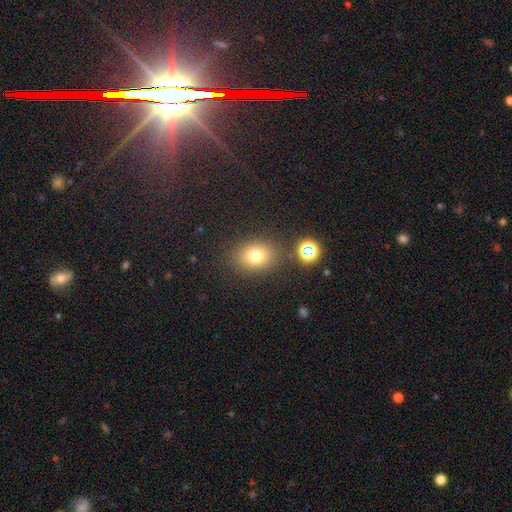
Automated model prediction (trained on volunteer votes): Smooth or featured?
  - smooth: 76% *
  - star or artifact: 15%
  - featured or disk: 9%
How rounded?
  - in between: 51% *
  - round: 48%
  - cigar-shaped: 1%
Merging?
  - none: 83% *
  - minor disturbance: 10%
  - major disturbance: 4%
  - merger: 4%